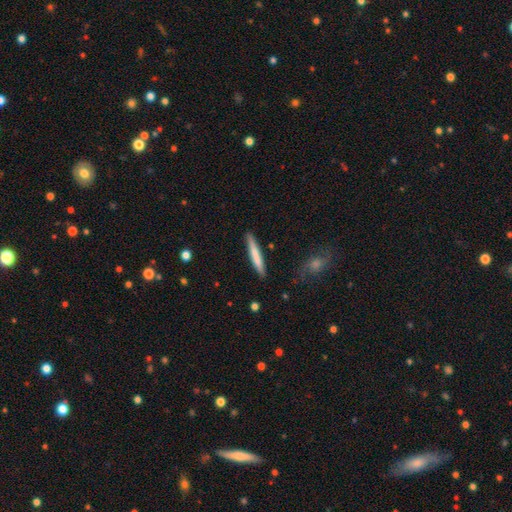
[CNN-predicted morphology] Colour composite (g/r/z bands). It shows a smooth galaxy with no disk features (71%) that is cigar-shaped (95%). Merging: none (87%).